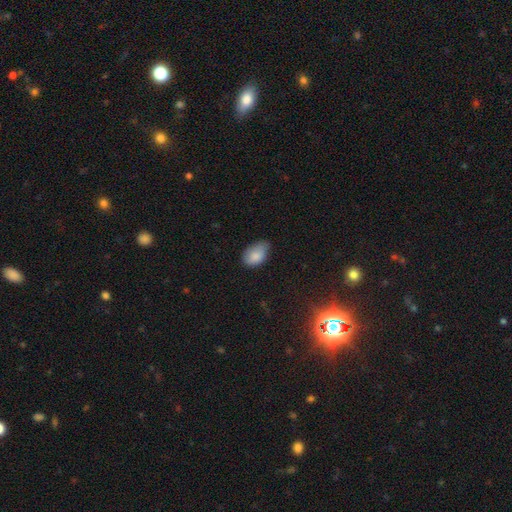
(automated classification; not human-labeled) Morphology: type=smooth (84%); roundness=in between (90%); merging=none (52%).